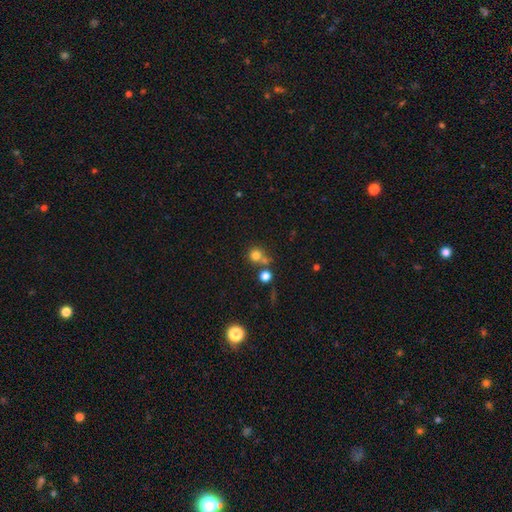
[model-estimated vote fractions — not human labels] Smooth or featured? smooth (76%)
How rounded? round (89%)
Merging? none (56%)